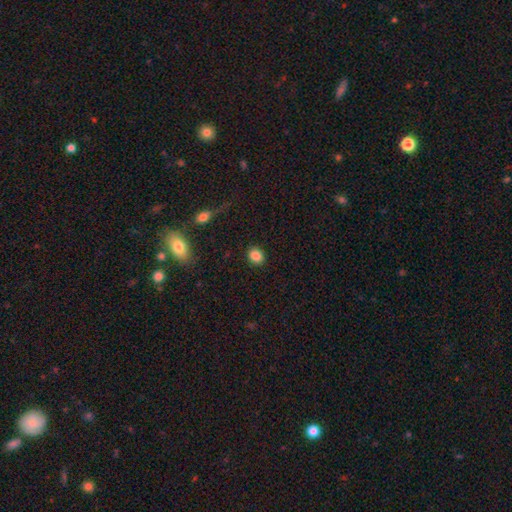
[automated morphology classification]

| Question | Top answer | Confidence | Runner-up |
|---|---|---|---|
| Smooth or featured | smooth | 86% | star or artifact (10%) |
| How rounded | round | 55% | in between (44%) |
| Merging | none | 89% | minor disturbance (7%) |